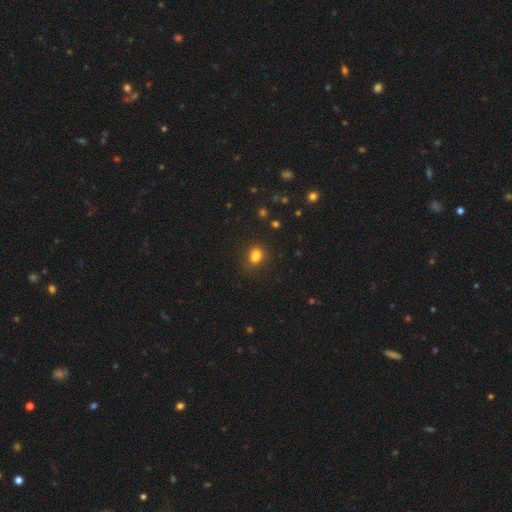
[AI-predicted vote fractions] smooth-or-featured: smooth: 76% | star or artifact: 15% | featured or disk: 9%
  how-rounded: in between: 52% | round: 46% | cigar-shaped: 1%
  merging: none: 50% | merger: 31% | minor disturbance: 13% | major disturbance: 5%